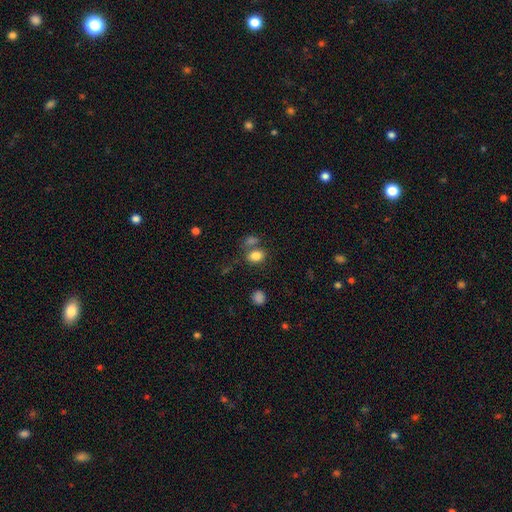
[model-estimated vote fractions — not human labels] smooth 83%, star or artifact 11%, featured or disk 7%. Down the decision tree: how rounded — in between (66%); merging — none (58%).